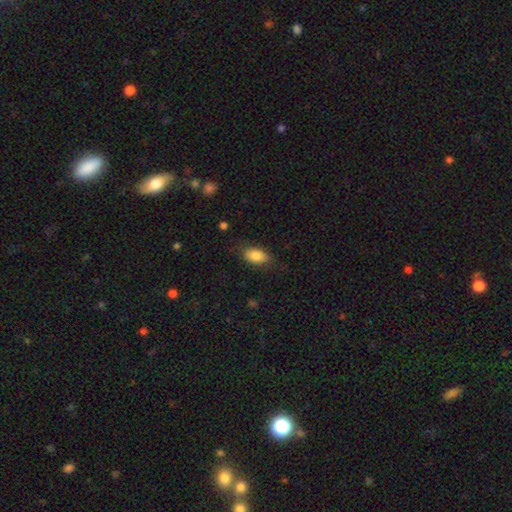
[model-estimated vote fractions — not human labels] Smooth or featured: smooth — 83% (featured or disk — 9%)
How rounded: in between — 89% (round — 6%)
Merging: none — 74% (minor disturbance — 19%)